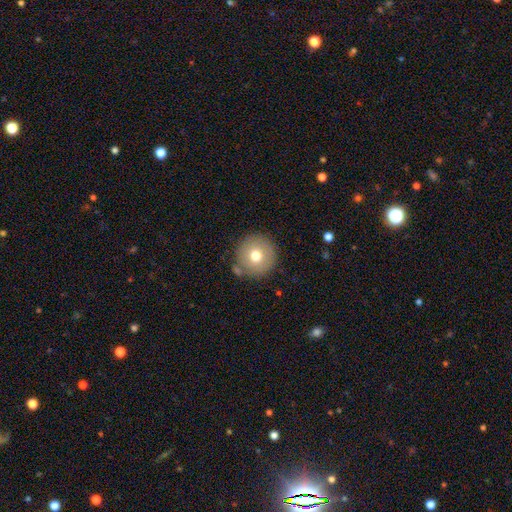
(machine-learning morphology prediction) A smooth galaxy with no disk features (73%) that is round (96%).

Vote fractions:
- Smooth or featured? smooth: 73% / featured or disk: 17% / star or artifact: 10%
- How rounded? round: 96% / in between: 3% / cigar-shaped: 1%
- Merging? none: 81% / minor disturbance: 10% / merger: 6% / major disturbance: 3%